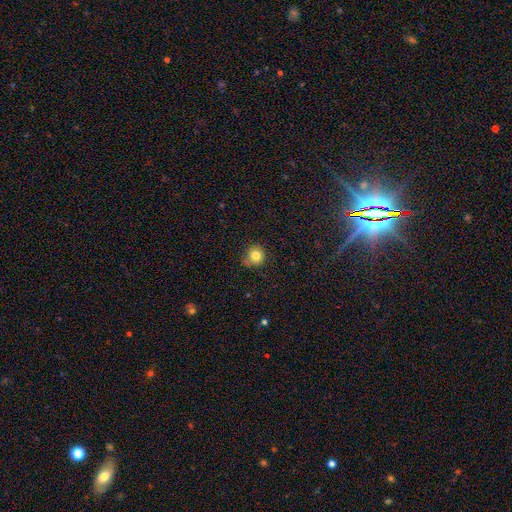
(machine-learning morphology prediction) smooth 82%, star or artifact 11%, featured or disk 7%. Down the decision tree: how rounded — round (90%); merging — none (74%).